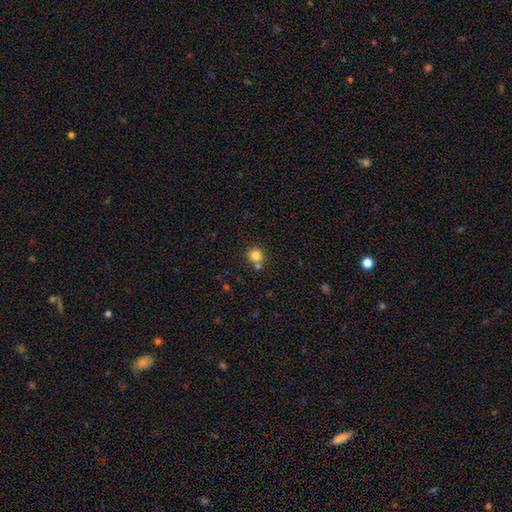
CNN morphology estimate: This appears to be a smooth galaxy with no disk features (82%) that is round (93%). Merging: none (66%).